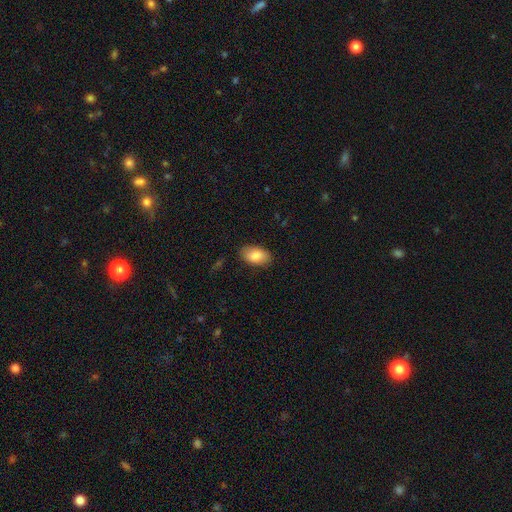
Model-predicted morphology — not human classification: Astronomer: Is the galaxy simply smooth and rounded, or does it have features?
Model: smooth — 84%.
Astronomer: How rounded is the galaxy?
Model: in between — 93%.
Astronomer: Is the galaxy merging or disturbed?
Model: none — 85%.